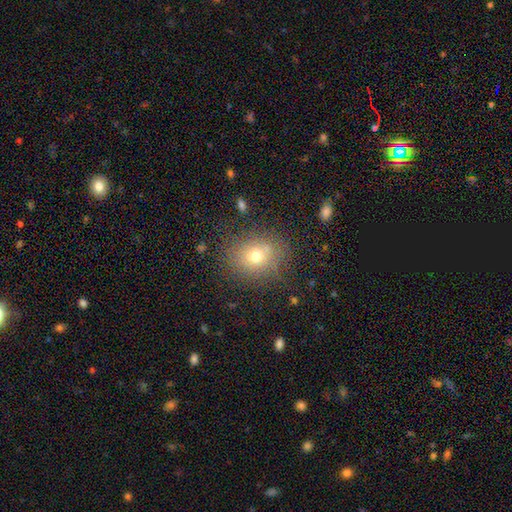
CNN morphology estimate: smooth 71%, star or artifact 16%, featured or disk 14%. Down the decision tree: how rounded — round (62%); merging — none (78%).